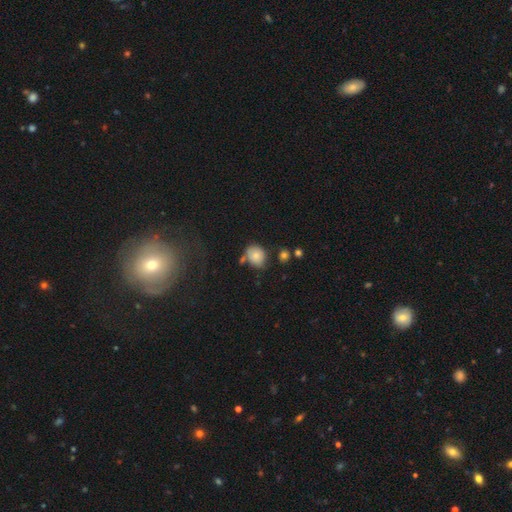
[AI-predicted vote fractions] smooth-or-featured: smooth: 78% | featured or disk: 11% | star or artifact: 10%
  how-rounded: round: 60% | in between: 39% | cigar-shaped: 1%
  merging: none: 62% | minor disturbance: 20% | merger: 13% | major disturbance: 5%